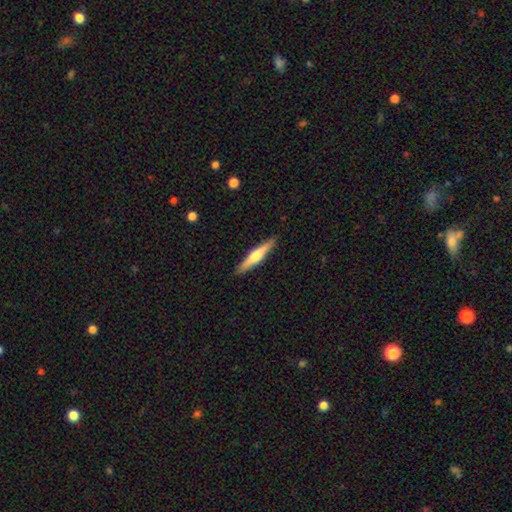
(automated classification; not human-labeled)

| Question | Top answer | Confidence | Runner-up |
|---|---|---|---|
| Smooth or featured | featured or disk | 54% | smooth (40%) |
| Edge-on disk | yes | 97% | no (3%) |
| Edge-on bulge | rounded | 87% | none (7%) |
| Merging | none | 91% | minor disturbance (7%) |